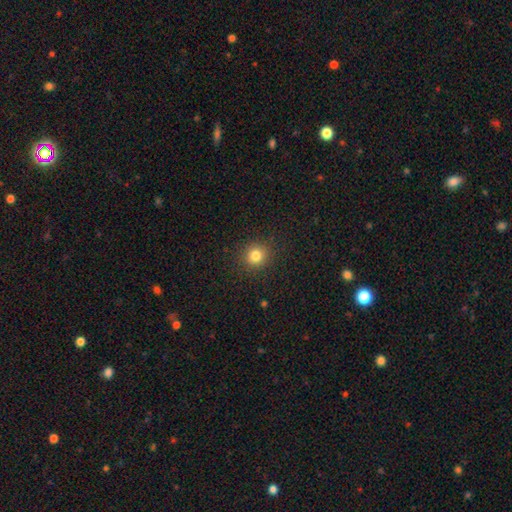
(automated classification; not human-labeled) The model was most divided on "smooth or featured": smooth: 81%, star or artifact: 13%, featured or disk: 6%. More confident: how rounded — round (91%); merging — none (91%).